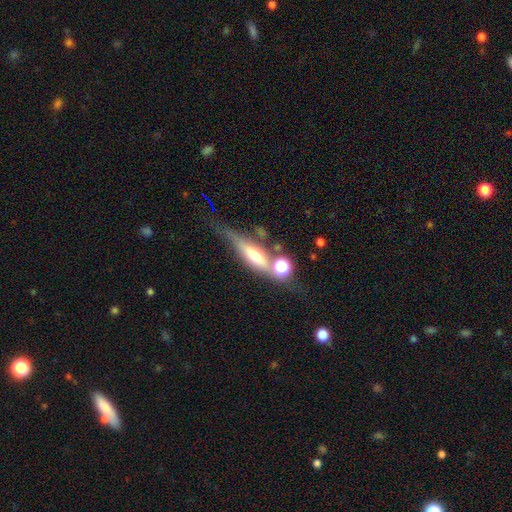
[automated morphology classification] Smooth or featured: featured or disk — 56% (smooth — 33%)
Edge-on disk: yes — 85% (no — 15%)
Merging: none — 52% (minor disturbance — 19%)